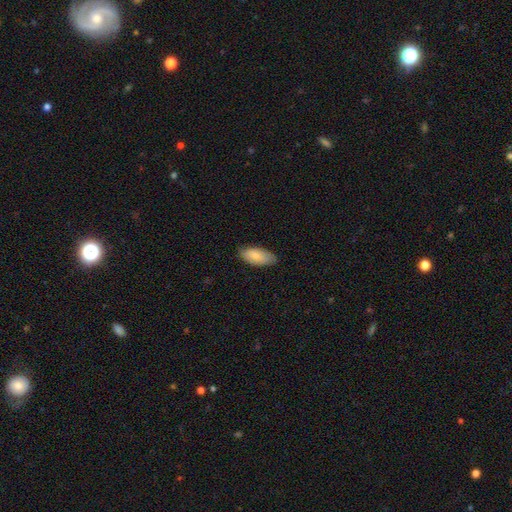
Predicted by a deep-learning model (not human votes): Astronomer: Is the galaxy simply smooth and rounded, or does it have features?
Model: smooth — 78%.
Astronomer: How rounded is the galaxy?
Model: in between — 91%.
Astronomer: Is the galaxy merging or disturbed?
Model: none — 74%.